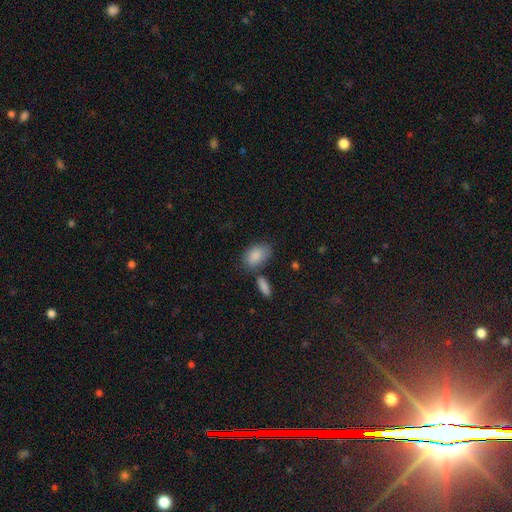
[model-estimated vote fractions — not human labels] The model was most divided on "merging": none: 63%, minor disturbance: 19%, merger: 13%, major disturbance: 5%. More confident: how rounded — in between (91%); smooth or featured — smooth (87%).